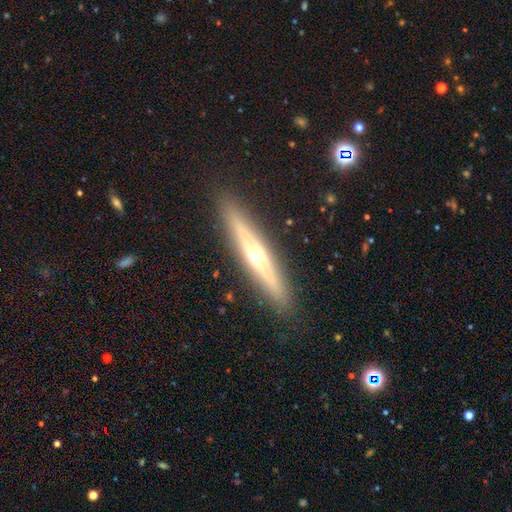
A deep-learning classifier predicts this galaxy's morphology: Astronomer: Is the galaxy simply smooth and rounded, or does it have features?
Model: featured or disk — 66%.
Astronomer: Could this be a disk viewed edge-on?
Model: yes — 93%.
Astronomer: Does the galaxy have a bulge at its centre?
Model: rounded — 86%.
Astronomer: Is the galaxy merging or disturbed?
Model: none — 90%.